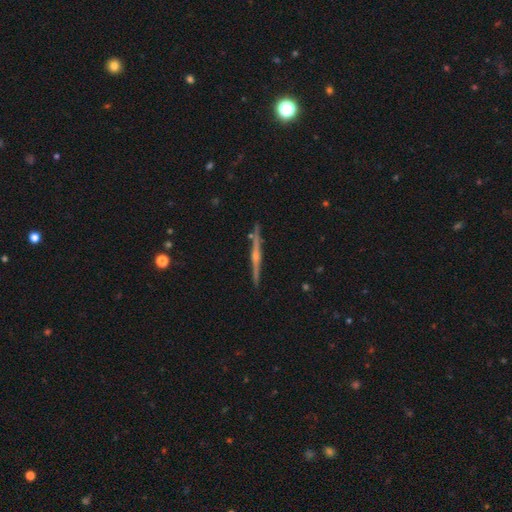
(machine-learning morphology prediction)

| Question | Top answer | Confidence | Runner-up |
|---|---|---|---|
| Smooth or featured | featured or disk | 81% | smooth (13%) |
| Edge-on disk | yes | 98% | no (2%) |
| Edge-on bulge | rounded | 80% | none (14%) |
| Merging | none | 89% | minor disturbance (8%) |